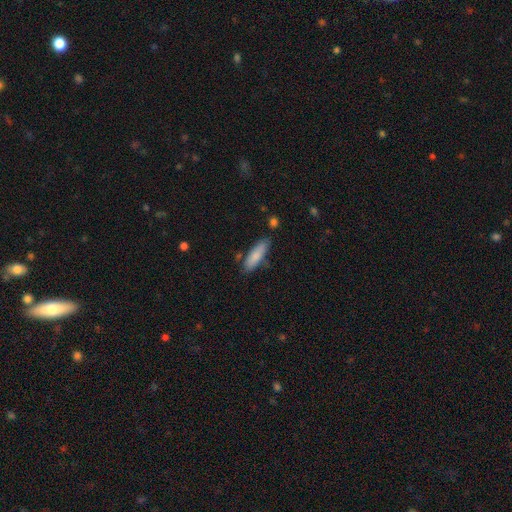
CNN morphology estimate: Smooth or featured?
  - smooth: 82% *
  - featured or disk: 12%
  - star or artifact: 6%
How rounded?
  - cigar-shaped: 56% *
  - in between: 42%
  - round: 2%
Merging?
  - none: 75% *
  - minor disturbance: 18%
  - merger: 5%
  - major disturbance: 3%